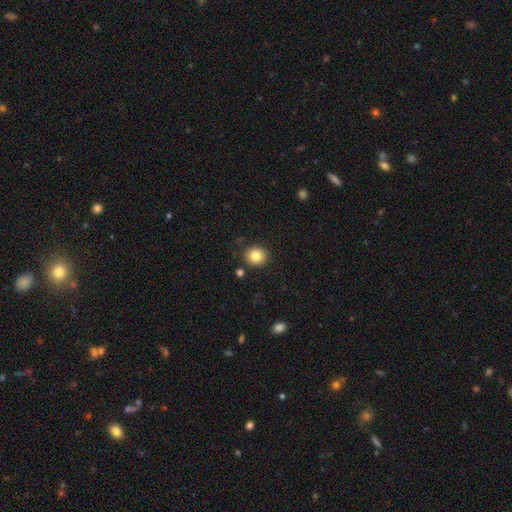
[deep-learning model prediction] Smooth or featured? Predicted: smooth (p=0.83). How rounded? Predicted: round (p=0.87). Merging? Predicted: none (p=0.87).